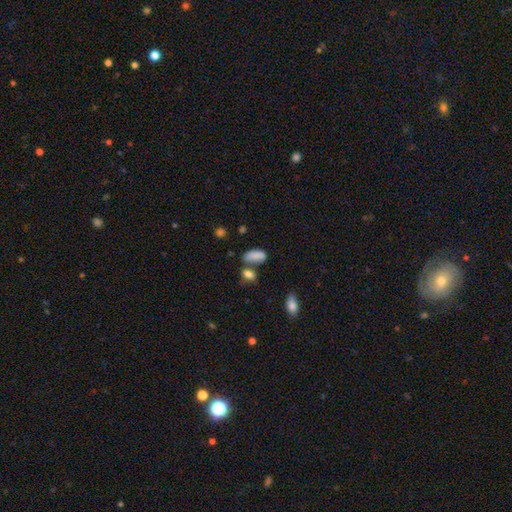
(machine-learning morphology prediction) A smooth galaxy with no disk features (82%) that is in between round and cigar-shaped (84%).

Vote fractions:
- Smooth or featured? smooth: 82% / star or artifact: 10% / featured or disk: 8%
- How rounded? in between: 84% / cigar-shaped: 11% / round: 5%
- Merging? none: 45% / merger: 25% / minor disturbance: 21% / major disturbance: 10%